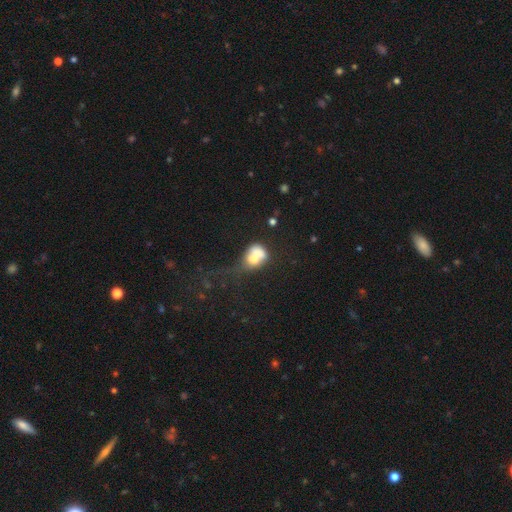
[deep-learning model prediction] Smooth or featured? Predicted: smooth (p=0.63). How rounded? Predicted: in between (p=0.57). Merging? Predicted: merger (p=0.48).